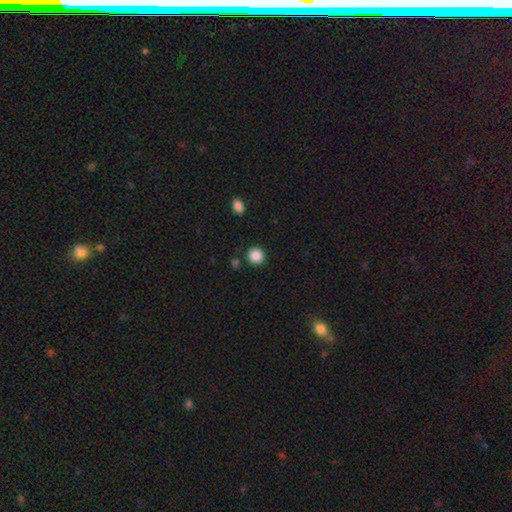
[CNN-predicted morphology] smooth 87%, star or artifact 10%, featured or disk 3%. Down the decision tree: how rounded — round (93%); merging — none (89%).